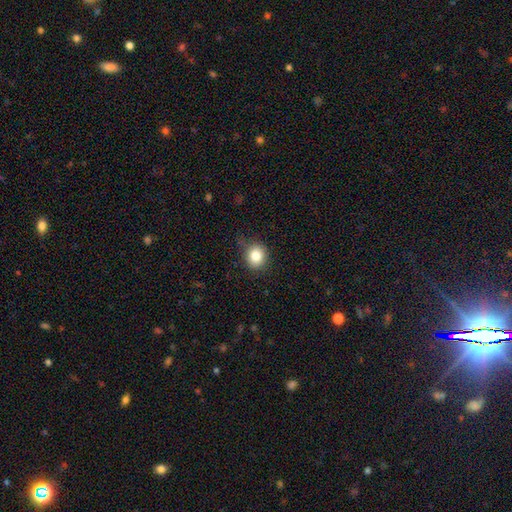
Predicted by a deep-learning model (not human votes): smooth 83%, star or artifact 11%, featured or disk 6%. Down the decision tree: how rounded — round (79%); merging — none (80%).